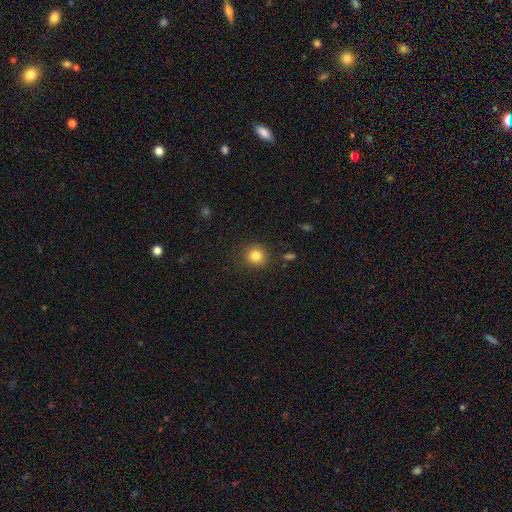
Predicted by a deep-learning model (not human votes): smooth-or-featured: smooth: 83% | star or artifact: 11% | featured or disk: 6%
  how-rounded: round: 90% | in between: 9% | cigar-shaped: 1%
  merging: none: 88% | minor disturbance: 8% | major disturbance: 3% | merger: 2%